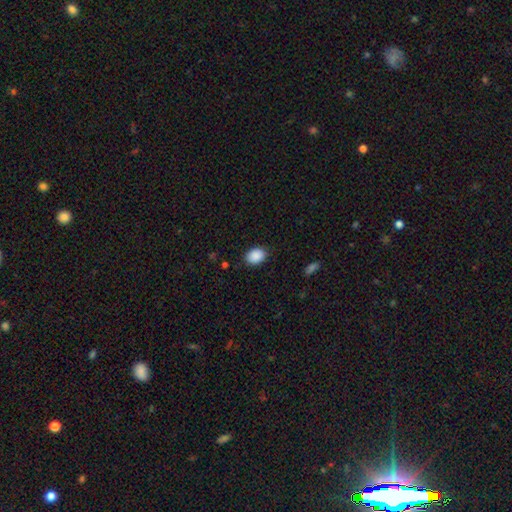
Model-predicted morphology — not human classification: type=smooth (90%); roundness=in between (75%); merging=none (86%).